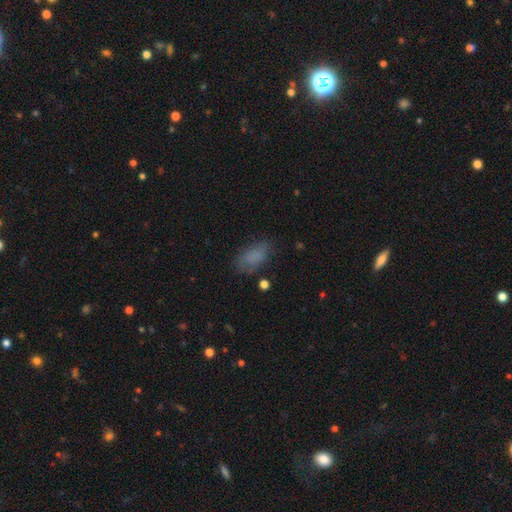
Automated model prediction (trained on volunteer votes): A smooth galaxy with no disk features (79%) that is in between round and cigar-shaped (90%). Merging: none (66%).